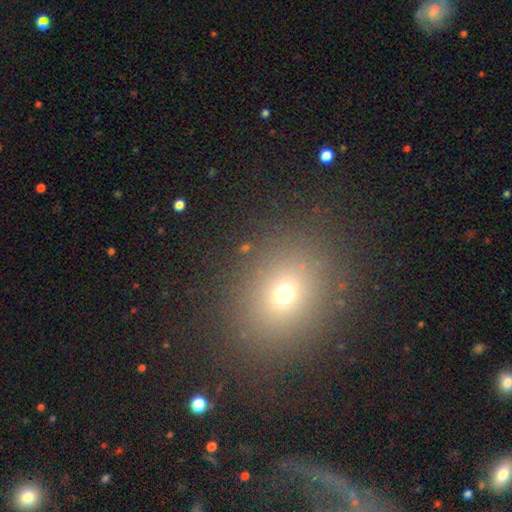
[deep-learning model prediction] This appears to be a smooth galaxy with no disk features (63%) that is round (69%). Merging: none (87%).